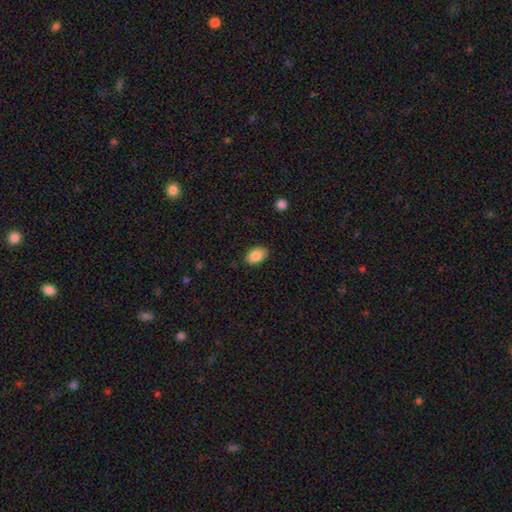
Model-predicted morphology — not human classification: smooth 86%, star or artifact 7%, featured or disk 7%. Down the decision tree: how rounded — in between (90%); merging — none (86%).